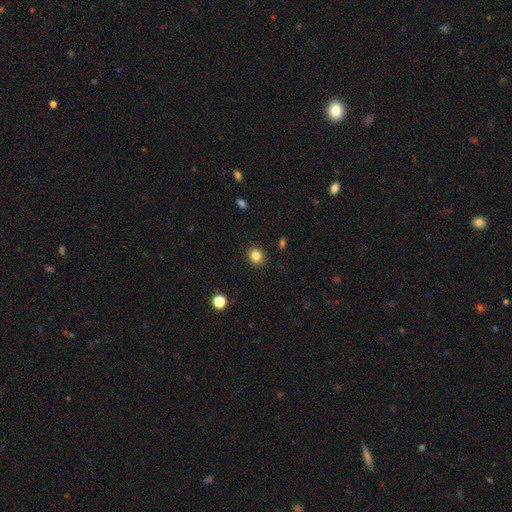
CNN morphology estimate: Overall: smooth (84%). How rounded: round (79%). Merging: none (91%).